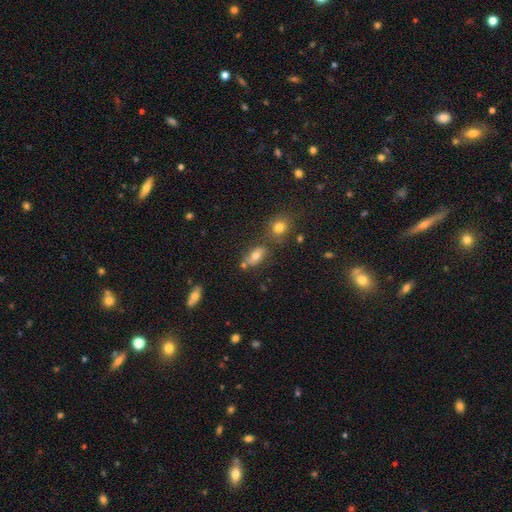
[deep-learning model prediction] Smooth or featured? Predicted: smooth (p=0.65). How rounded? Predicted: in between (p=0.82). Merging? Predicted: none (p=0.62).